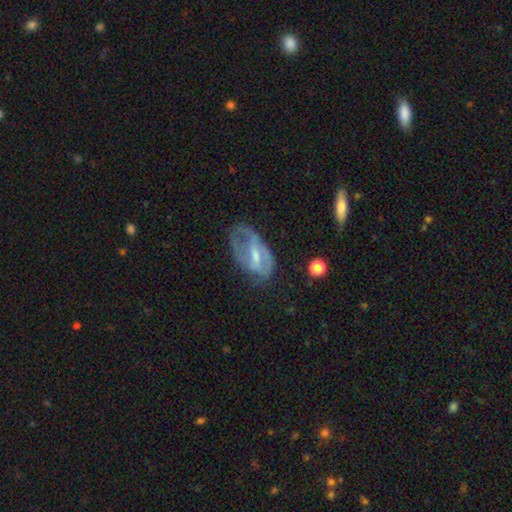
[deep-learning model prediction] This is likely a featured or disk galaxy (63%). It is clearly not viewed edge-on (91%). Bar: marginally weak (43%). Spiral arm pattern: possibly yes (51%). Central bulge: marginally small (41%, tied with moderate). Merging: marginally none (42%).